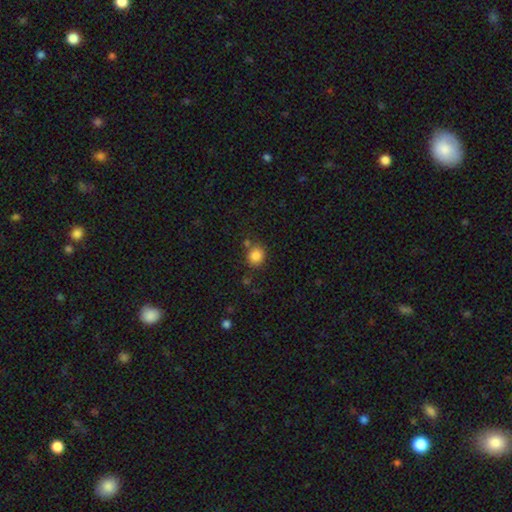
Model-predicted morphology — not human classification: This is clearly a smooth galaxy (85%). How rounded: clearly round (82%). Merging: likely none (76%).